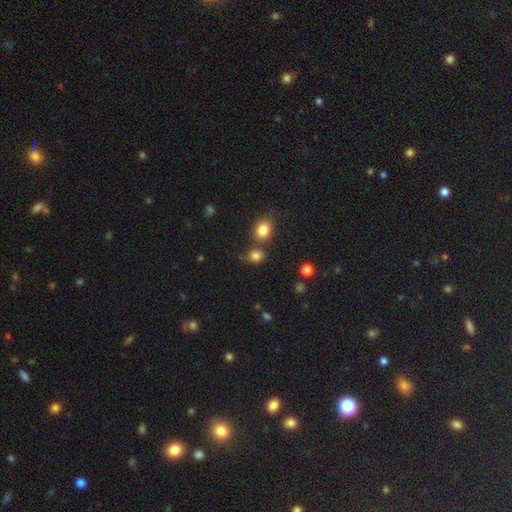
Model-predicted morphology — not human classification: Smooth or featured? Predicted: smooth (p=0.81). How rounded? Predicted: round (p=0.58). Merging? Predicted: none (p=0.62).